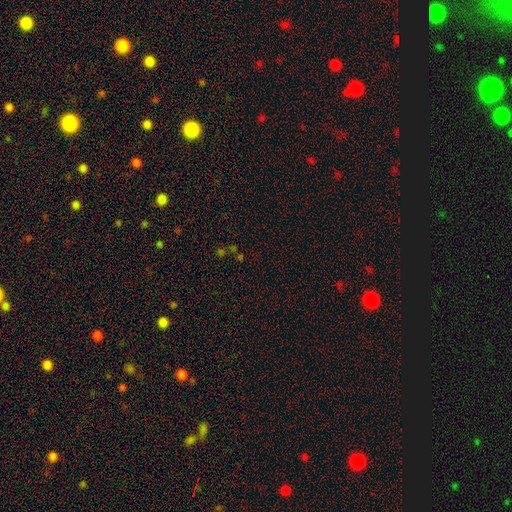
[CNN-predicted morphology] smooth-or-featured: star or artifact: 58% | smooth: 33% | featured or disk: 9%